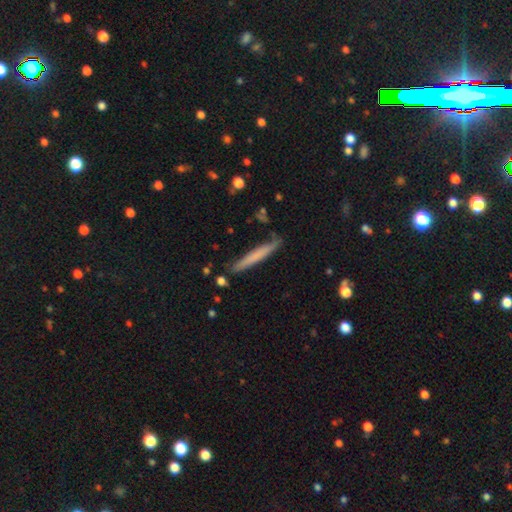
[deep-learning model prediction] Q: Smooth or featured?
A: smooth (64%); runner-up: featured or disk (30%)
Q: How rounded?
A: cigar-shaped (96%); runner-up: in between (3%)
Q: Merging?
A: none (83%); runner-up: minor disturbance (12%)